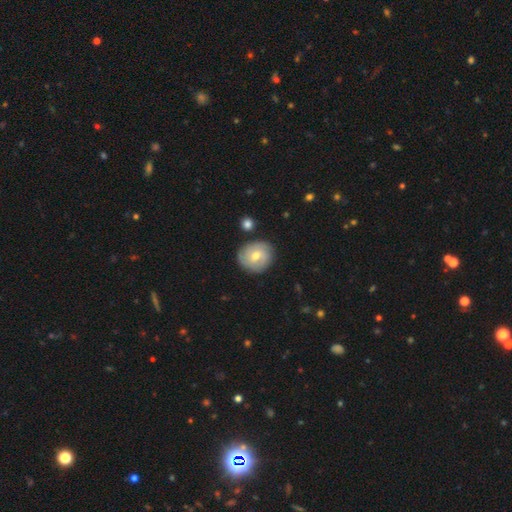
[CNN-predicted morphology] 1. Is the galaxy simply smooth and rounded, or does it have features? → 60% featured or disk, 34% smooth, 7% star or artifact.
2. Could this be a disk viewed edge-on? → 97% no, 3% yes.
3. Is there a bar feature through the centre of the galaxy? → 61% no, 33% weak, 6% strong.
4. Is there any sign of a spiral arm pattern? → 85% yes, 15% no.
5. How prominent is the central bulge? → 71% moderate, 24% small, 3% large, 1% none, 1% dominant.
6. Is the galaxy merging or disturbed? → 81% none, 13% minor disturbance, 3% major disturbance, 3% merger.